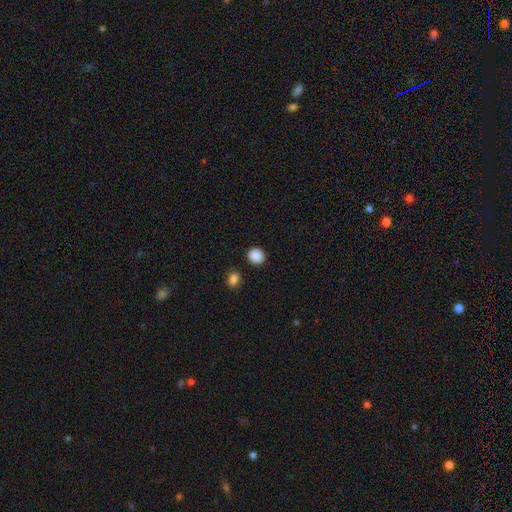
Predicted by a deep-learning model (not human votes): smooth_or_featured: smooth (p=0.89) [alt: star or artifact p=0.09]
how_rounded: round (p=0.82) [alt: in between p=0.17]
merging: none (p=0.89) [alt: minor disturbance p=0.06]